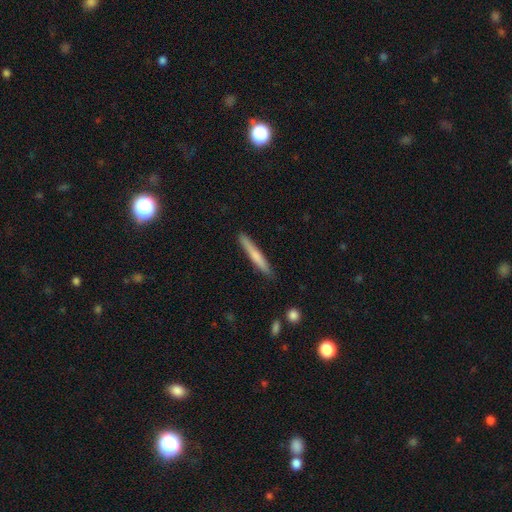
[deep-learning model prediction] This appears to be a smooth galaxy with no disk features (65%) that is cigar-shaped (96%). Merging: none (88%).